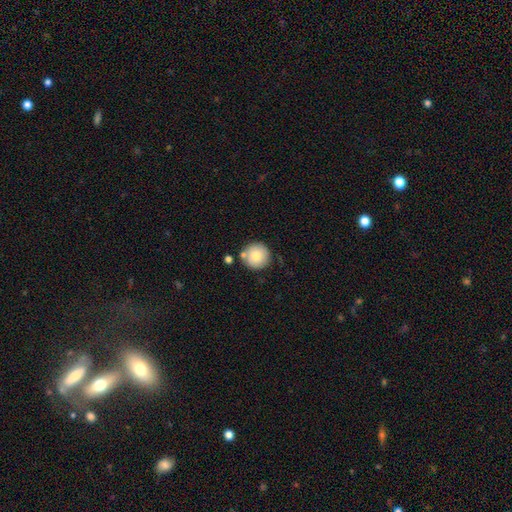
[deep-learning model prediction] Smooth or featured: smooth — 80% (featured or disk — 11%)
How rounded: round — 96% (in between — 3%)
Merging: none — 76% (minor disturbance — 11%)